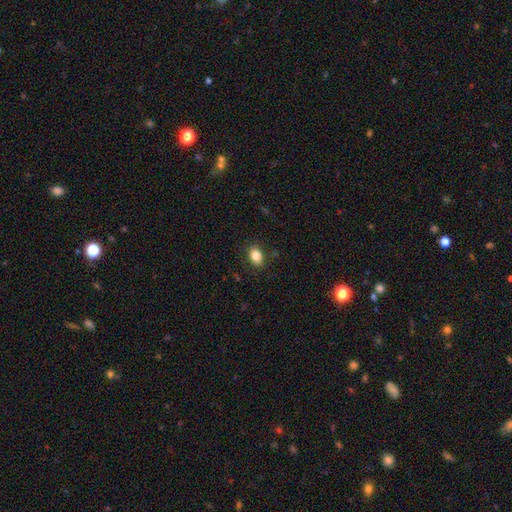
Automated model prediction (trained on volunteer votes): Smooth or featured: smooth — 84% (star or artifact — 9%)
How rounded: in between — 77% (round — 22%)
Merging: none — 87% (minor disturbance — 10%)